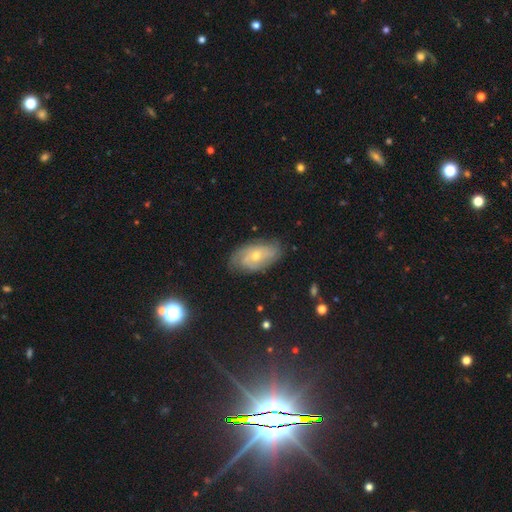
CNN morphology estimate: smooth_or_featured: featured or disk (p=0.65) [alt: smooth p=0.23]
disk_edge_on: no (p=0.92) [alt: yes p=0.08]
bar: no (p=0.70) [alt: weak p=0.25]
has_spiral_arms: yes (p=0.85) [alt: no p=0.15]
spiral_winding: tight (p=0.57) [alt: medium p=0.31]
spiral_arm_count: can't tell (p=0.51) [alt: 2 p=0.24]
bulge_size: small (p=0.56) [alt: moderate p=0.41]
merging: none (p=0.74) [alt: minor disturbance p=0.19]